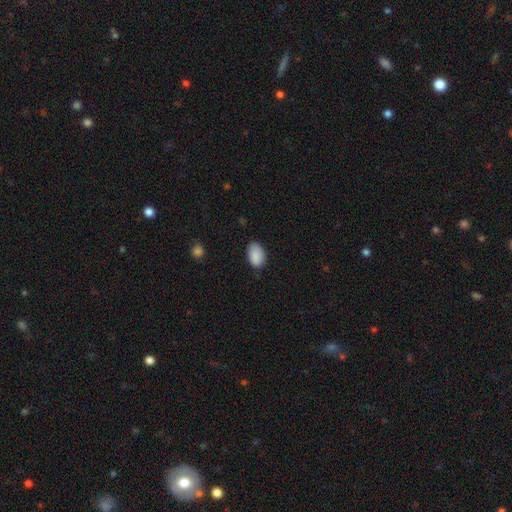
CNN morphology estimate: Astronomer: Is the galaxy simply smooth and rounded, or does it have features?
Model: smooth — 89%.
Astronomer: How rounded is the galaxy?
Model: in between — 91%.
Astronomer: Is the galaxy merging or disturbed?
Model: none — 78%.